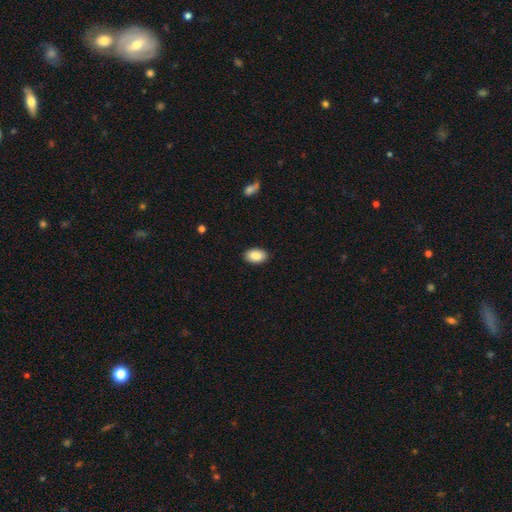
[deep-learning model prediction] This is clearly a smooth galaxy (90%). How rounded: clearly in between (91%). Merging: clearly none (89%).